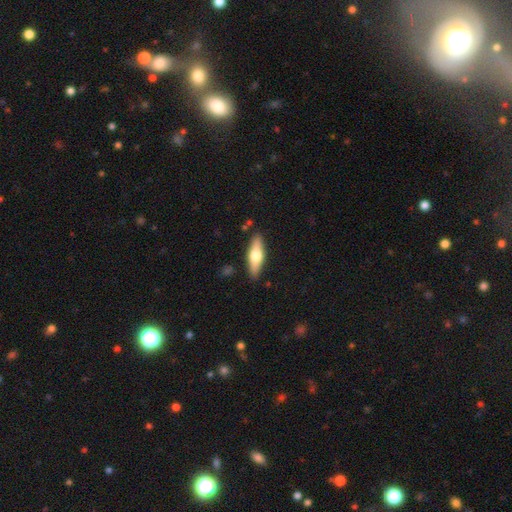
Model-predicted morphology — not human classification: Smooth or featured? Predicted: smooth (p=0.50). How rounded? Predicted: cigar-shaped (p=0.49, tied with in between). Merging? Predicted: none (p=0.87).